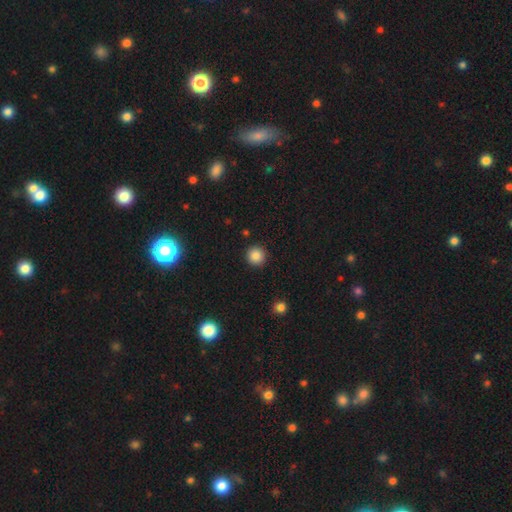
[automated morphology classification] A smooth galaxy with no disk features (86%) that is round (95%).

Vote fractions:
- Smooth or featured? smooth: 86% / star or artifact: 11% / featured or disk: 4%
- How rounded? round: 95% / in between: 4% / cigar-shaped: 1%
- Merging? none: 91% / minor disturbance: 5% / major disturbance: 2% / merger: 1%